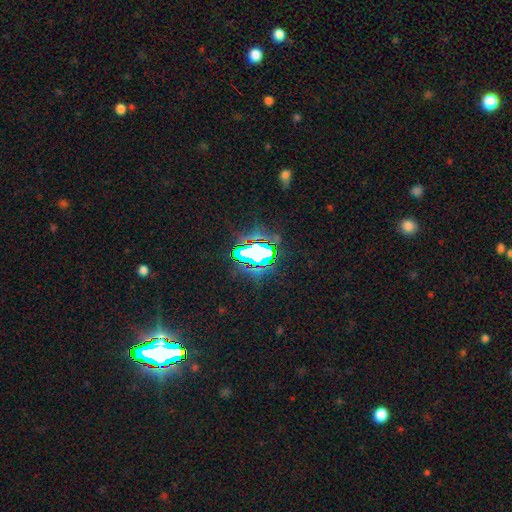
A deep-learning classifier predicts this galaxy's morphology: This appears to be a star or artifact, not a galaxy (67%).